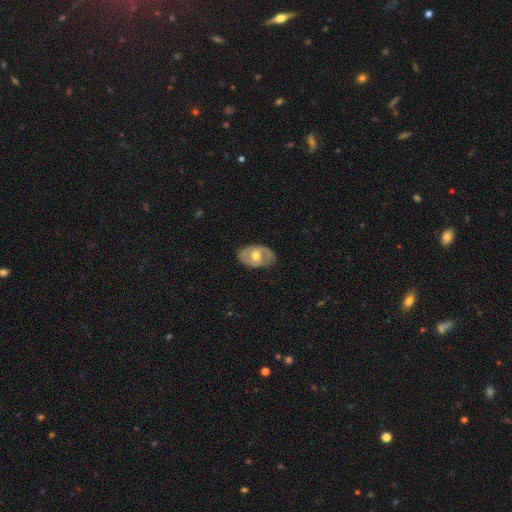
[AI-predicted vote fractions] The model was most divided on "spiral arms": yes: 53%, no: 47%. More confident: edge-on disk — no (93%); merging — none (81%); bulge size — moderate (75%); smooth or featured — featured or disk (62%); bar — no (53%).